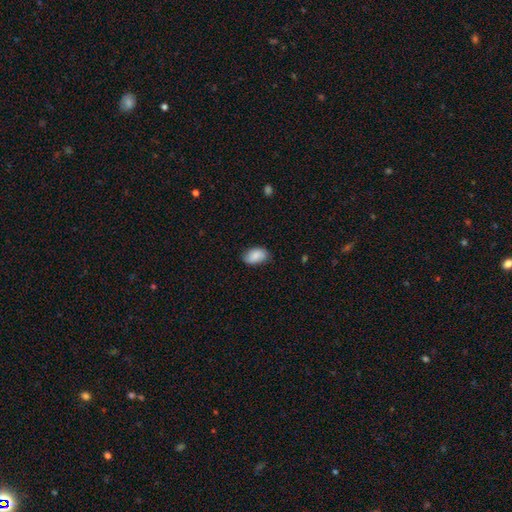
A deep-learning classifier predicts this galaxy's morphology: Smooth or featured?
  - smooth: 82% *
  - featured or disk: 12%
  - star or artifact: 7%
How rounded?
  - in between: 91% *
  - round: 8%
  - cigar-shaped: 1%
Merging?
  - none: 76% *
  - minor disturbance: 20%
  - major disturbance: 3%
  - merger: 1%